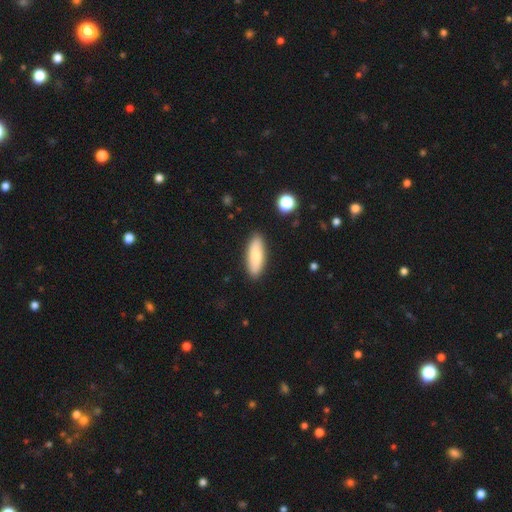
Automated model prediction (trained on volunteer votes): Overall: smooth (76%). How rounded: in between (63%; cigar-shaped 35%). Merging: none (88%).